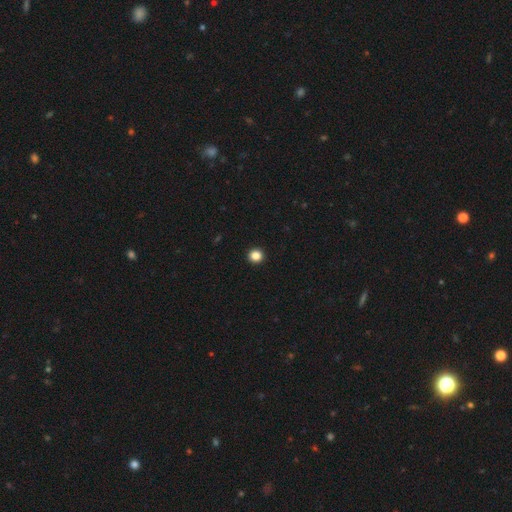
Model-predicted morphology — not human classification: Overall: smooth (85%). How rounded: round (94%). Merging: none (94%).